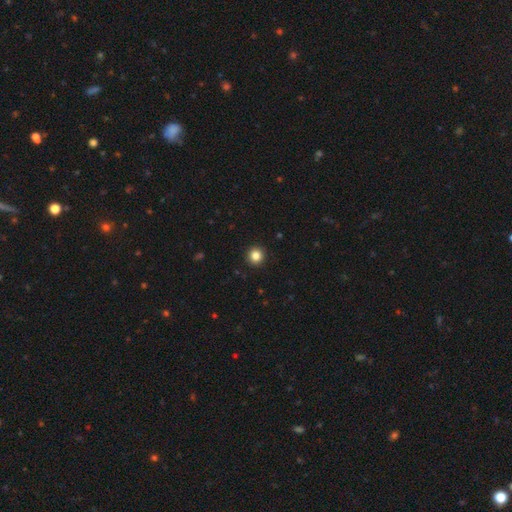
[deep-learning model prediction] This appears to be a smooth galaxy with no disk features (85%) that is round (94%). Merging: none (93%).